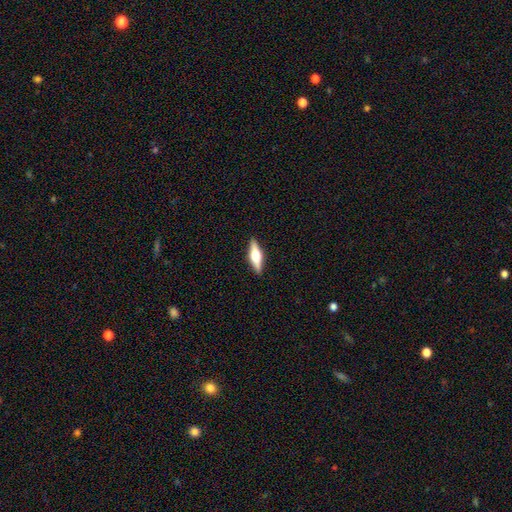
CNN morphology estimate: Smooth or featured?
  - featured or disk: 63% *
  - smooth: 31%
  - star or artifact: 6%
Edge-on disk?
  - yes: 97% *
  - no: 3%
Edge-on bulge?
  - rounded: 94% *
  - boxy: 4%
  - none: 2%
Merging?
  - none: 91% *
  - minor disturbance: 7%
  - major disturbance: 2%
  - merger: 1%